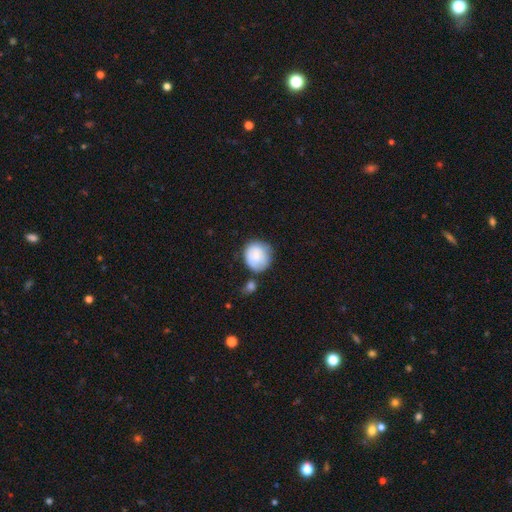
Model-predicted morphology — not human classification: Smooth or featured: smooth — 73% (featured or disk — 20%)
How rounded: round — 79% (in between — 20%)
Merging: none — 54% (minor disturbance — 25%)